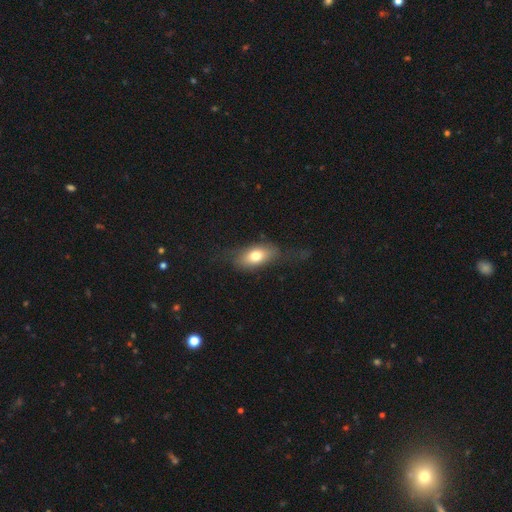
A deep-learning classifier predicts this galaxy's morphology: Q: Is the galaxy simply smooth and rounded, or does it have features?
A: smooth — 72%.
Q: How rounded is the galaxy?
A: in between — 85%.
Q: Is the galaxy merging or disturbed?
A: none — 61%.